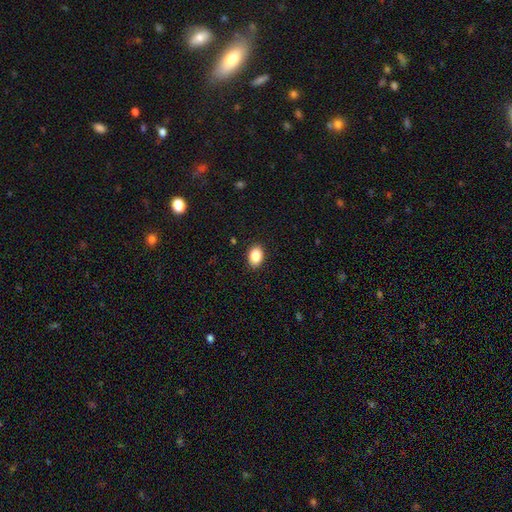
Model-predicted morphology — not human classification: This is clearly a smooth galaxy (86%). How rounded: likely in between (77%). Merging: clearly none (90%).